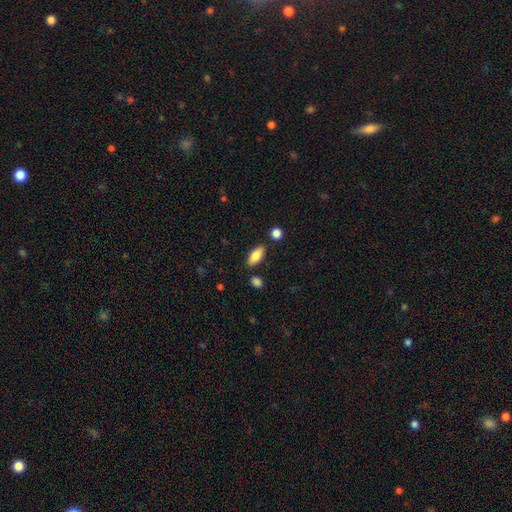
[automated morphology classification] Smooth or featured? Predicted: smooth (p=0.81). How rounded? Predicted: in between (p=0.86). Merging? Predicted: none (p=0.84).